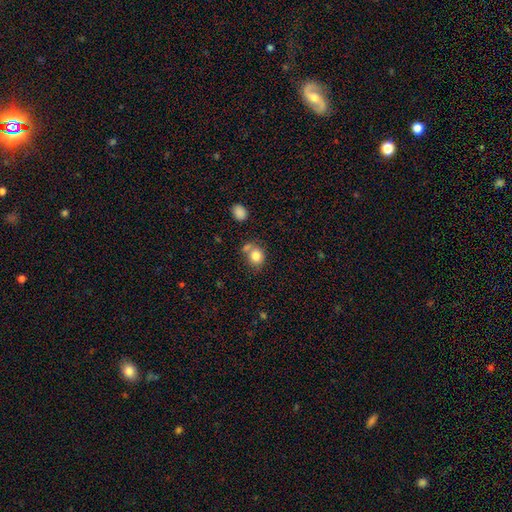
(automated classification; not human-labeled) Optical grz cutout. It shows a smooth galaxy with no disk features (81%) that is round (70%). Merging: none (54%).